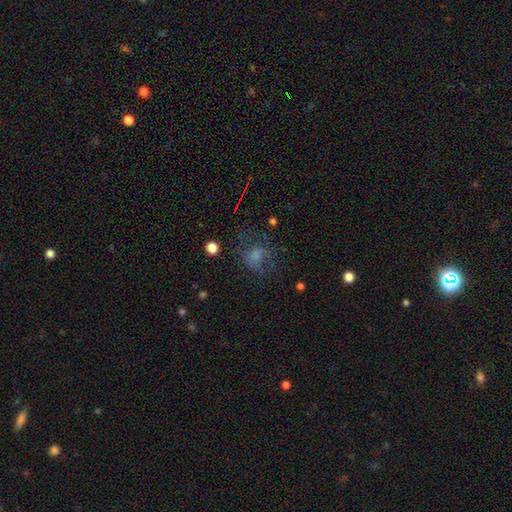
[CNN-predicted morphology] smooth 50%, star or artifact 26%, featured or disk 25%. Down the decision tree: merging — none (54%).